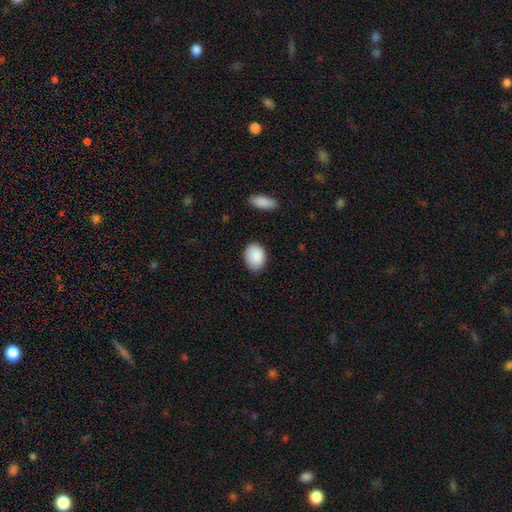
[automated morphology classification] The model was most divided on "how rounded": in between: 71%, round: 27%, cigar-shaped: 1%. More confident: smooth or featured — smooth (90%); merging — none (82%).